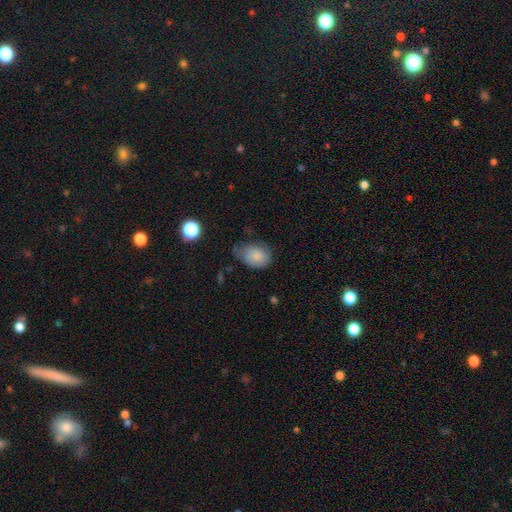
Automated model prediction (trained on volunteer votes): Smooth or featured?
  - smooth: 79% *
  - featured or disk: 12%
  - star or artifact: 8%
How rounded?
  - in between: 73% *
  - round: 26%
  - cigar-shaped: 1%
Merging?
  - none: 44% *
  - minor disturbance: 40%
  - major disturbance: 14%
  - merger: 2%